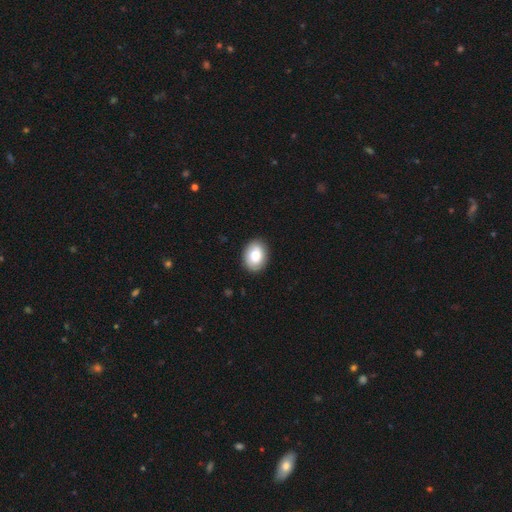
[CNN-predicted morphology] Smooth or featured: smooth — 83% (featured or disk — 10%)
How rounded: in between — 74% (round — 25%)
Merging: none — 89% (minor disturbance — 8%)